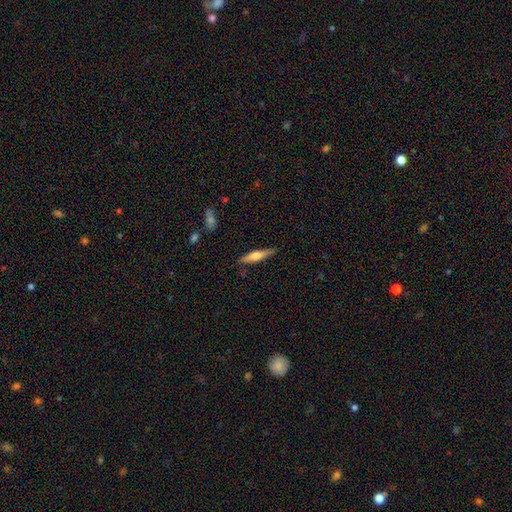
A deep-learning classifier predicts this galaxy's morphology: smooth_or_featured: featured or disk (p=0.50) [alt: smooth p=0.44]
disk_edge_on: yes (p=0.95) [alt: no p=0.05]
merging: none (p=0.87) [alt: minor disturbance p=0.09]